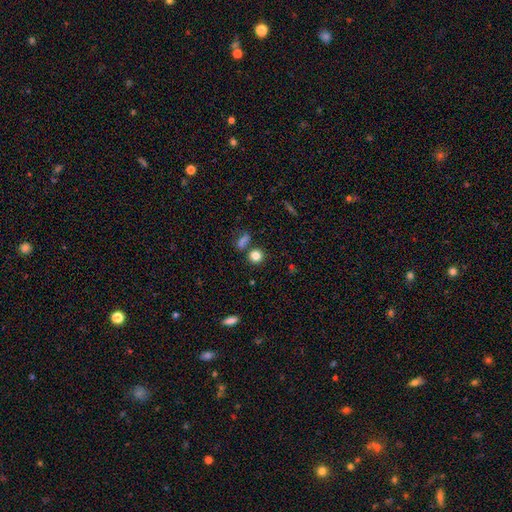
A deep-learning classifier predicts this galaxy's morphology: This appears to be a smooth galaxy with no disk features (82%) that is round (86%). Merging: none (75%).